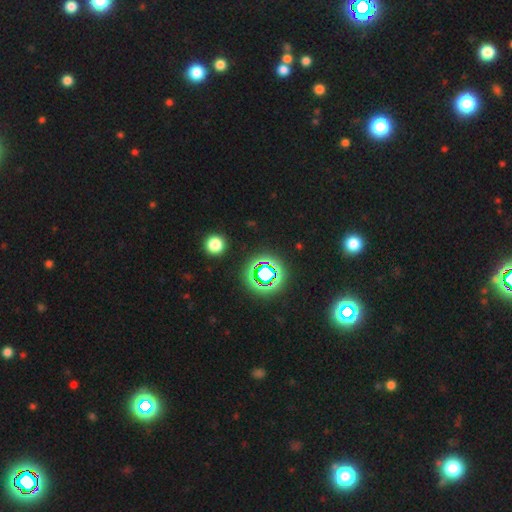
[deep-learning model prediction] smooth_or_featured: star or artifact (p=0.67) [alt: smooth p=0.26]